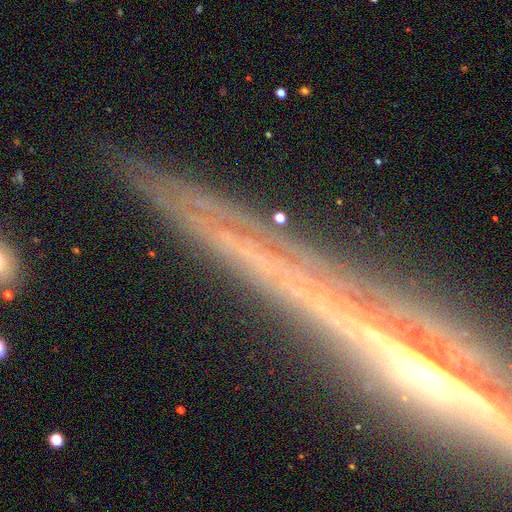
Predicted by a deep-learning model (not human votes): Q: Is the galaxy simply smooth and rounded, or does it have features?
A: featured or disk — 44%.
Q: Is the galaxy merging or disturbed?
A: none — 84%.